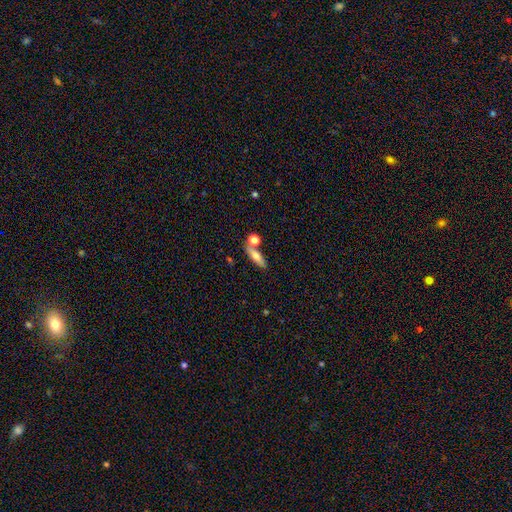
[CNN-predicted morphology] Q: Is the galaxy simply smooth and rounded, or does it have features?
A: smooth — 64%.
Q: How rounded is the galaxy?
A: cigar-shaped — 54%.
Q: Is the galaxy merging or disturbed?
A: none — 67%.